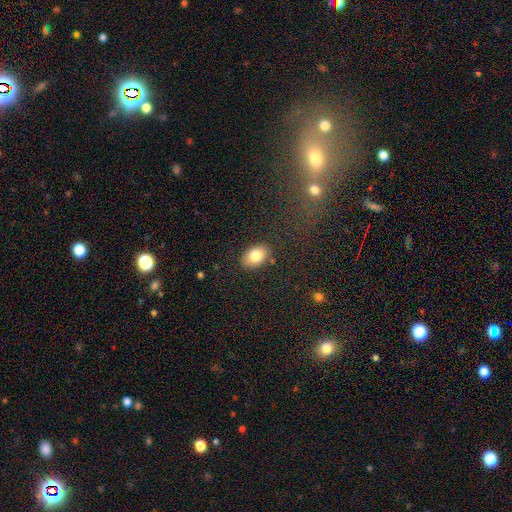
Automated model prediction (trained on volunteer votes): This is clearly a smooth galaxy (82%). How rounded: clearly in between (87%). Merging: clearly none (86%).